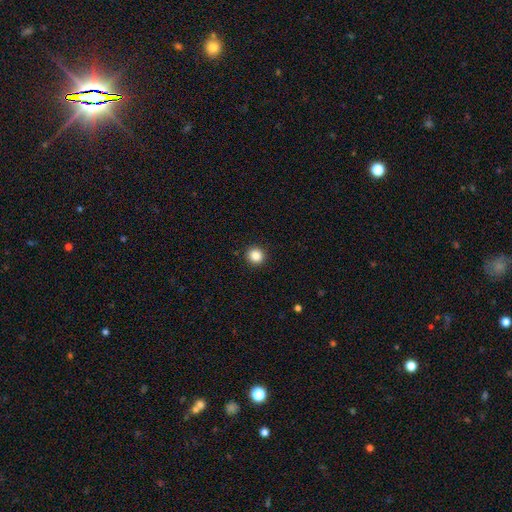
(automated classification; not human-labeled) Smooth or featured?
  - smooth: 86% *
  - star or artifact: 10%
  - featured or disk: 4%
How rounded?
  - round: 93% *
  - in between: 6%
  - cigar-shaped: 1%
Merging?
  - none: 92% *
  - minor disturbance: 5%
  - major disturbance: 2%
  - merger: 1%